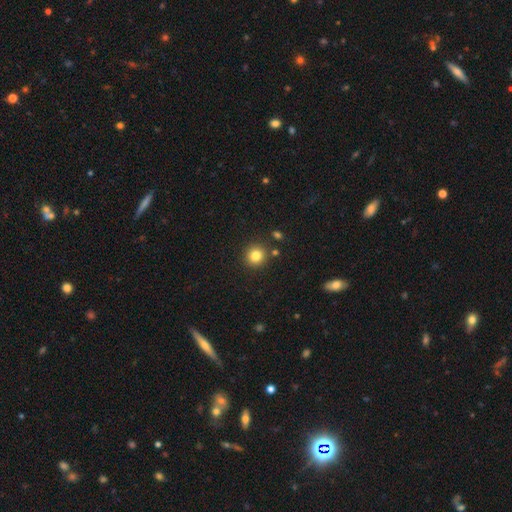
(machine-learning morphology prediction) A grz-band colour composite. It shows a smooth galaxy with no disk features (82%) that is round (93%). Merging: none (87%).